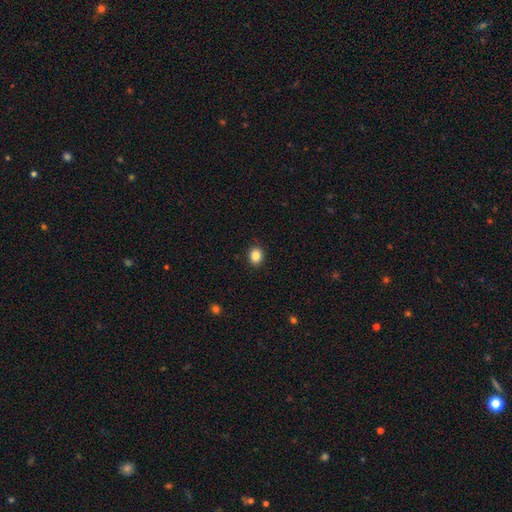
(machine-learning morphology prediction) Q: Smooth or featured?
A: smooth (85%); runner-up: star or artifact (10%)
Q: How rounded?
A: round (63%); runner-up: in between (36%)
Q: Merging?
A: none (91%); runner-up: minor disturbance (6%)